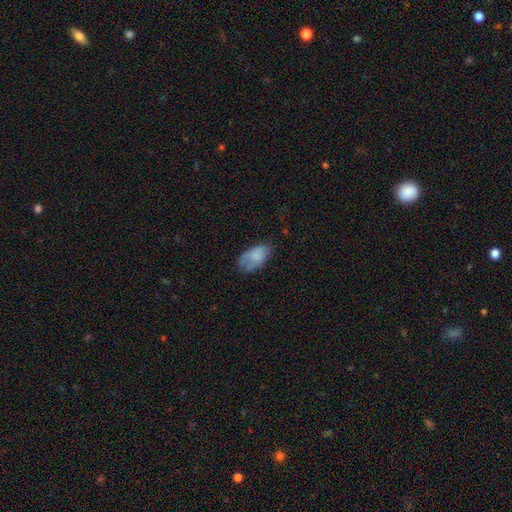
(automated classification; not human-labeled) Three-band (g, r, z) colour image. It shows a smooth galaxy with no disk features (77%) that is in between round and cigar-shaped (94%). Merging: none (57%).